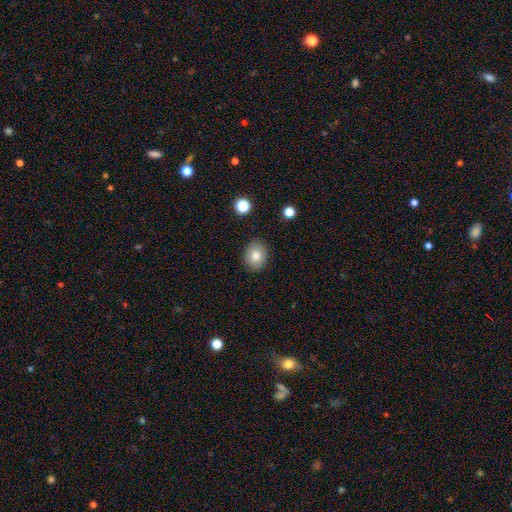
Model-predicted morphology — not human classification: Smooth or featured? smooth (81%)
How rounded? in between (50%)
Merging? none (86%)